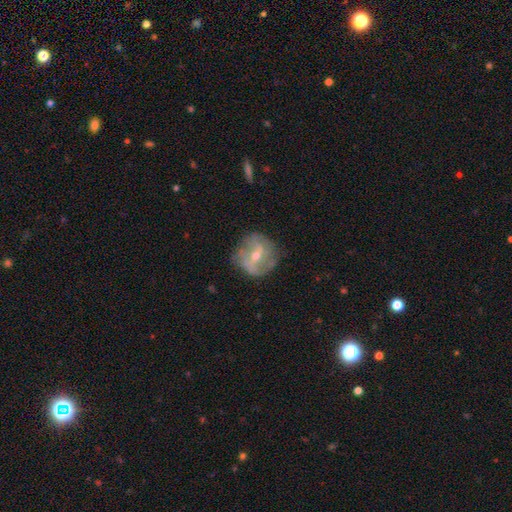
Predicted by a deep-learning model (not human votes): A featured or disk galaxy (72%) with a weak bar (45%), 2 (54%) medium (39%) spiral arms (77%) and a small central bulge (53%).

Vote fractions:
- Smooth or featured? featured or disk: 72% / smooth: 19% / star or artifact: 9%
- Edge-on disk? no: 95% / yes: 5%
- Bar? weak: 45% / strong: 30% / no: 25%
- Spiral arms? yes: 77% / no: 23%
- Spiral winding? medium: 39% / loose: 31% / tight: 30%
- Spiral arm count? 2: 54% / can't tell: 27% / 3: 10% / 1: 4% / 4: 3% / more than 4: 3%
- Bulge size? small: 53% / moderate: 43% / none: 1% / large: 1% / dominant: 1%
- Merging? none: 73% / minor disturbance: 18% / major disturbance: 7% / merger: 2%